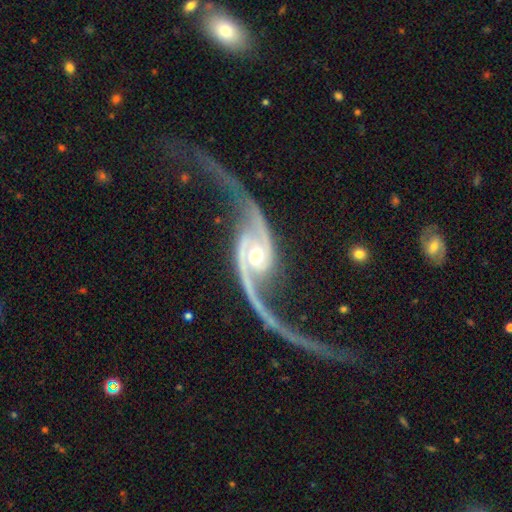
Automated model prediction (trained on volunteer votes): smooth_or_featured: featured or disk (p=0.93) [alt: star or artifact p=0.04]
disk_edge_on: no (p=0.96) [alt: yes p=0.04]
bar: no (p=0.56) [alt: weak p=0.28]
has_spiral_arms: yes (p=0.98) [alt: no p=0.02]
spiral_winding: loose (p=0.72) [alt: medium p=0.21]
spiral_arm_count: 2 (p=0.93) [alt: 1 p=0.02]
bulge_size: moderate (p=0.76) [alt: small p=0.11]
merging: none (p=0.53) [alt: major disturbance p=0.26]